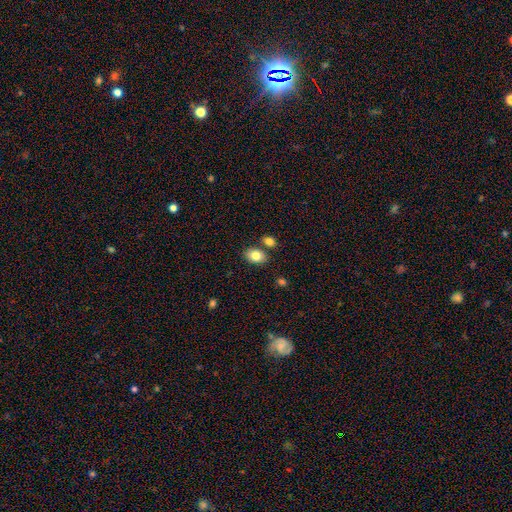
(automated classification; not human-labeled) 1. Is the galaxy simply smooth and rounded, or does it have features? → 82% smooth, 9% featured or disk, 9% star or artifact.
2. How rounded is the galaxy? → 75% in between, 24% round, 1% cigar-shaped.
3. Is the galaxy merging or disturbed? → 73% none, 12% merger, 11% minor disturbance, 3% major disturbance.